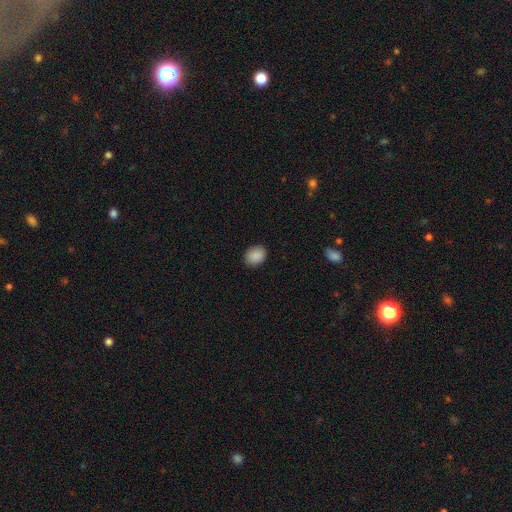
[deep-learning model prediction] Morphology: type=smooth (89%); roundness=in between (53%); merging=none (87%).